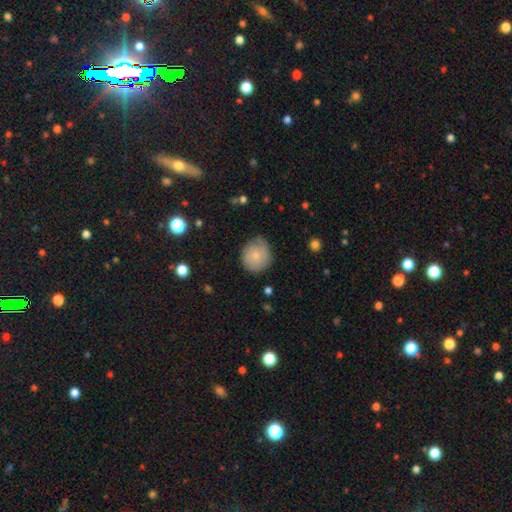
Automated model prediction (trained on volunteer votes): A smooth galaxy with no disk features (72%) that is round (83%). Merging: none (62%).